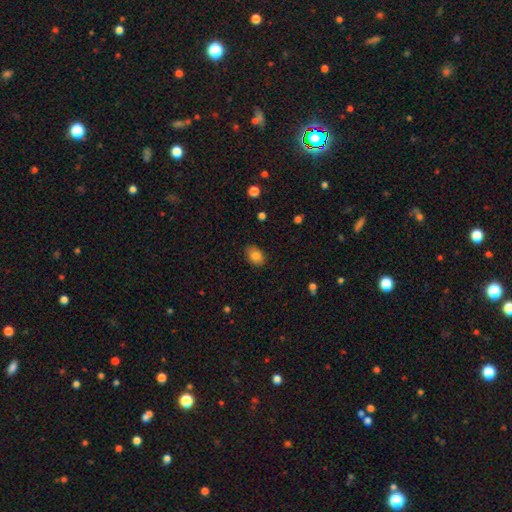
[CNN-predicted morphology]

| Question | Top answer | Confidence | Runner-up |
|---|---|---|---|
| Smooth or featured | smooth | 83% | star or artifact (9%) |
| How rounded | in between | 74% | round (25%) |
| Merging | none | 82% | minor disturbance (14%) |